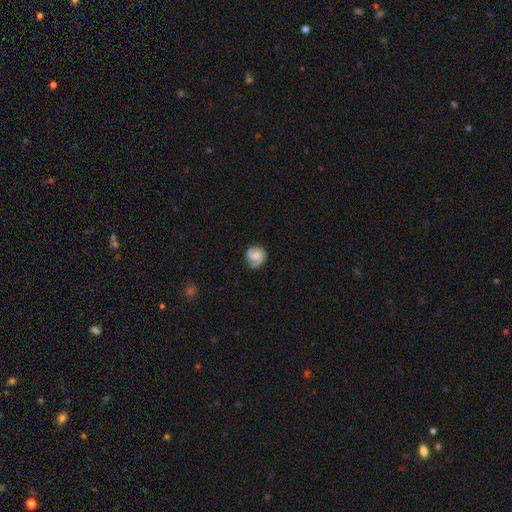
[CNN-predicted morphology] featured or disk 51%, smooth 41%, star or artifact 8%. Down the decision tree: edge-on disk — no (98%); bar — no (62%); spiral arms — yes (88%); bulge size — small (36%); merging — none (61%).